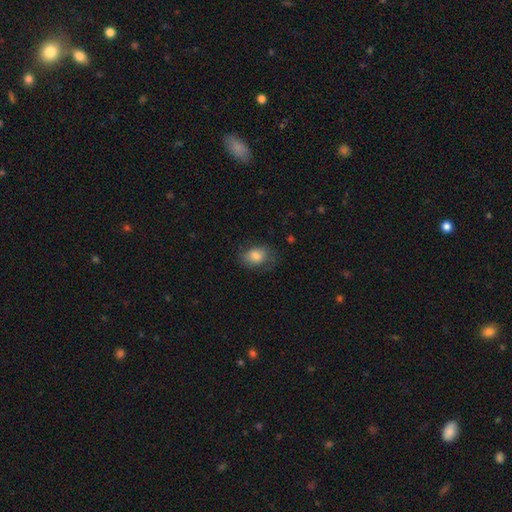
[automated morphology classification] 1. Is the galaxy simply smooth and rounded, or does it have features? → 79% smooth, 13% featured or disk, 8% star or artifact.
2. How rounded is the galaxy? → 75% in between, 24% round, 1% cigar-shaped.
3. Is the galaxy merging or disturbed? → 64% none, 24% minor disturbance, 11% major disturbance, 1% merger.